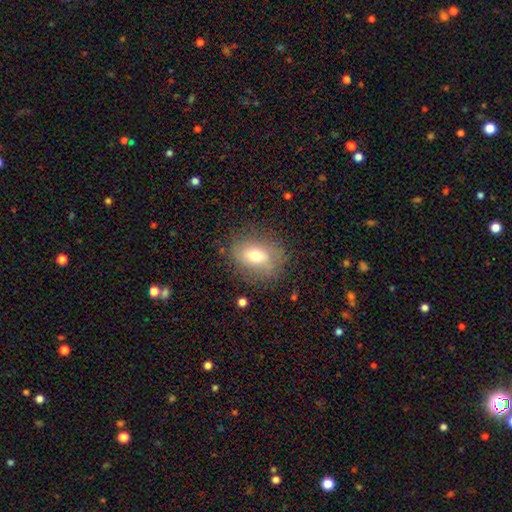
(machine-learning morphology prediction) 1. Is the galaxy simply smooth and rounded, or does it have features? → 62% smooth, 28% featured or disk, 10% star or artifact.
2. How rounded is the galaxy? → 63% in between, 35% round, 2% cigar-shaped.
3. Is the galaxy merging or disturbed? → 74% none, 18% minor disturbance, 7% major disturbance, 2% merger.